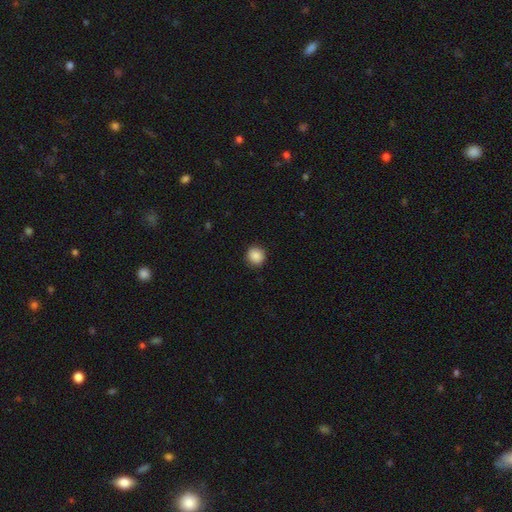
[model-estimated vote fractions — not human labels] The model was most divided on "smooth or featured": smooth: 88%, star or artifact: 8%, featured or disk: 3%. More confident: merging — none (90%); how rounded — round (90%).